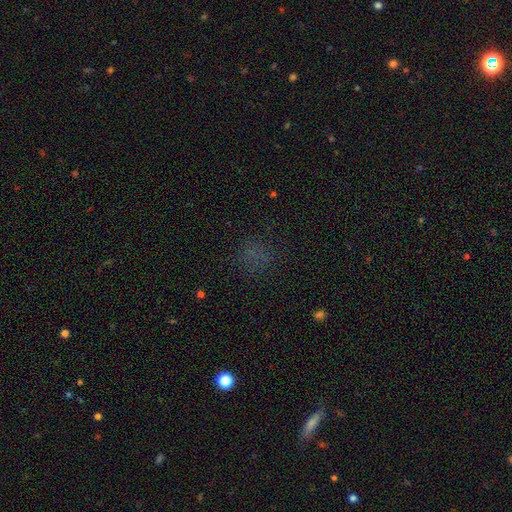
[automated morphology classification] Smooth or featured?
  - smooth: 50% *
  - star or artifact: 38%
  - featured or disk: 12%
How rounded?
  - round: 75% *
  - in between: 22%
  - cigar-shaped: 2%
Merging?
  - none: 74% *
  - minor disturbance: 14%
  - major disturbance: 10%
  - merger: 2%